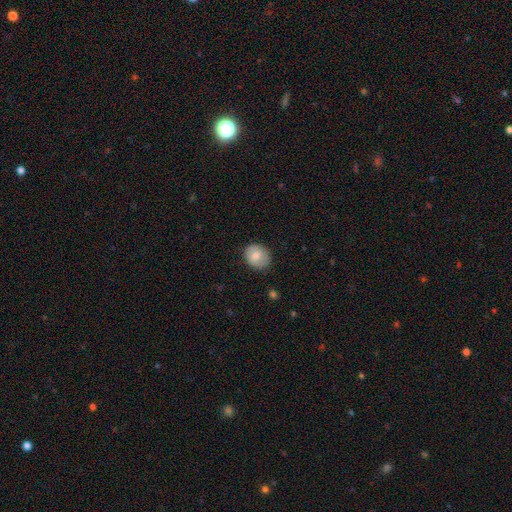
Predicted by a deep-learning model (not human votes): Smooth or featured? Predicted: smooth (p=0.75). How rounded? Predicted: round (p=0.70). Merging? Predicted: none (p=0.83).